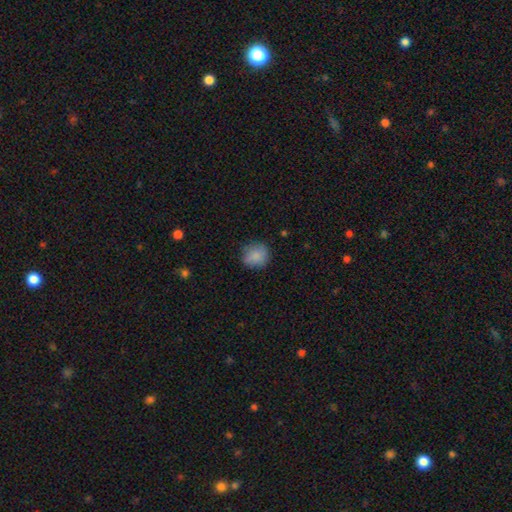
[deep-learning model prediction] smooth_or_featured: smooth (p=0.84) [alt: star or artifact p=0.08]
how_rounded: round (p=0.87) [alt: in between p=0.12]
merging: none (p=0.76) [alt: minor disturbance p=0.18]